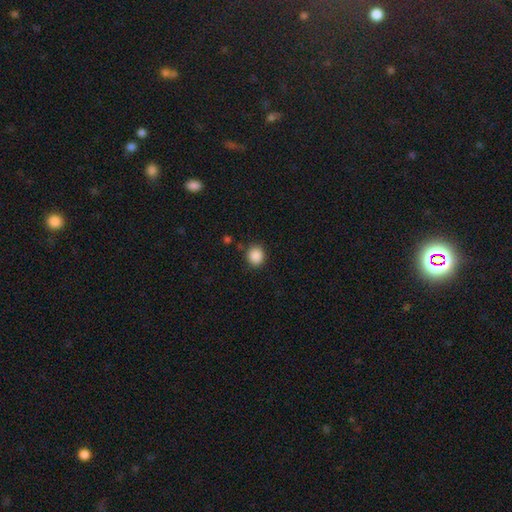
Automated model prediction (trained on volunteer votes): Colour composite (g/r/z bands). It shows a smooth galaxy with no disk features (88%) that is round (77%). Merging: none (86%).